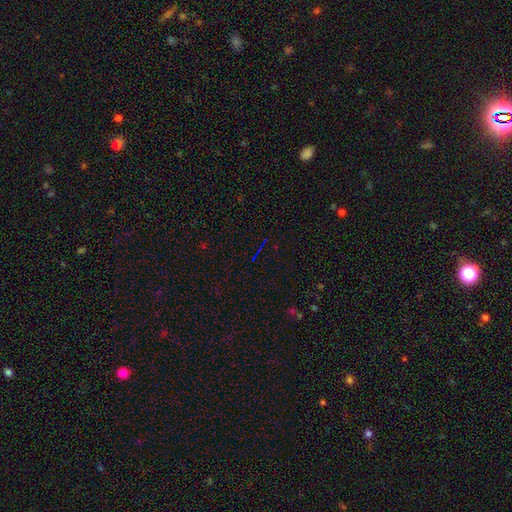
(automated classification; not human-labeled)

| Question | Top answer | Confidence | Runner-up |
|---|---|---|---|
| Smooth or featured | star or artifact | 74% | smooth (14%) |